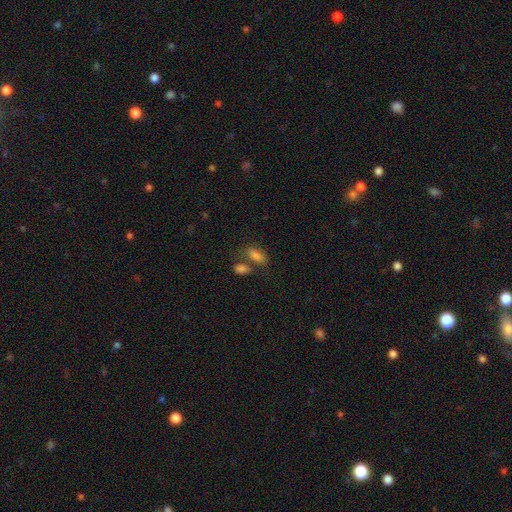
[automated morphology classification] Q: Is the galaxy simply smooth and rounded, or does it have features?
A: smooth — 81%.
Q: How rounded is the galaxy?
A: in between — 86%.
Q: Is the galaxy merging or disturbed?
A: none — 49%.